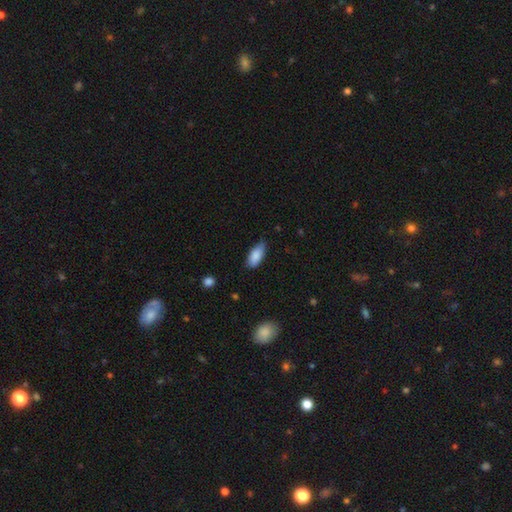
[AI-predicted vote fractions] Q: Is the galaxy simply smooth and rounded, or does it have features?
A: smooth — 85%.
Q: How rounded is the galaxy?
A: in between — 86%.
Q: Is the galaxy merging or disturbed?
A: none — 70%.